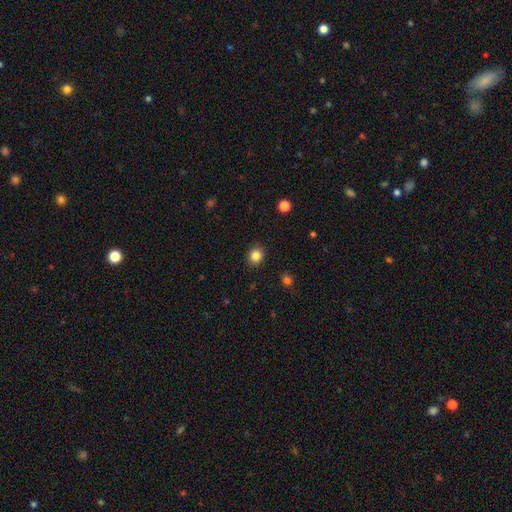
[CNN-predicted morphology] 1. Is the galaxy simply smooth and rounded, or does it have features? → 85% smooth, 11% star or artifact, 4% featured or disk.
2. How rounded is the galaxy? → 76% round, 23% in between, 1% cigar-shaped.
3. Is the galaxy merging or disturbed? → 90% none, 7% minor disturbance, 2% major disturbance, 1% merger.